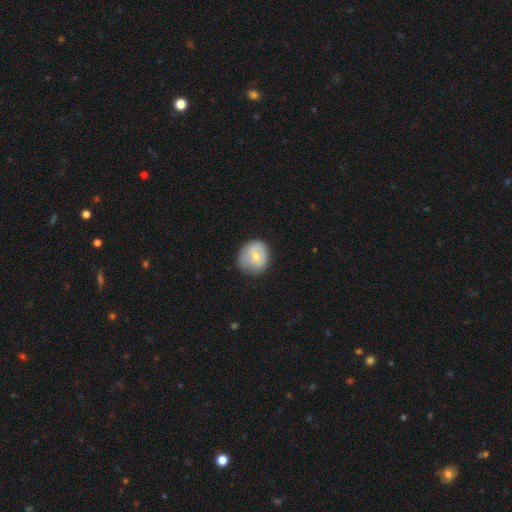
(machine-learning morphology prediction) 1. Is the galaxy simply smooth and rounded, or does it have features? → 60% smooth, 33% featured or disk, 7% star or artifact.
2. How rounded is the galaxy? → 80% round, 19% in between, 1% cigar-shaped.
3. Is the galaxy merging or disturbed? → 67% none, 24% minor disturbance, 7% major disturbance, 1% merger.